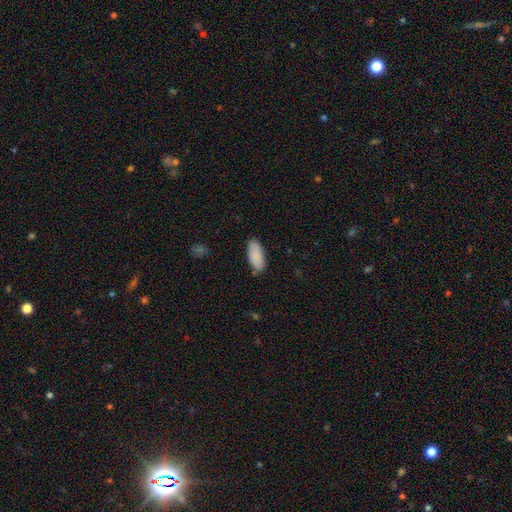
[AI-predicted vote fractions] Smooth or featured? smooth (89%)
How rounded? in between (88%)
Merging? none (80%)